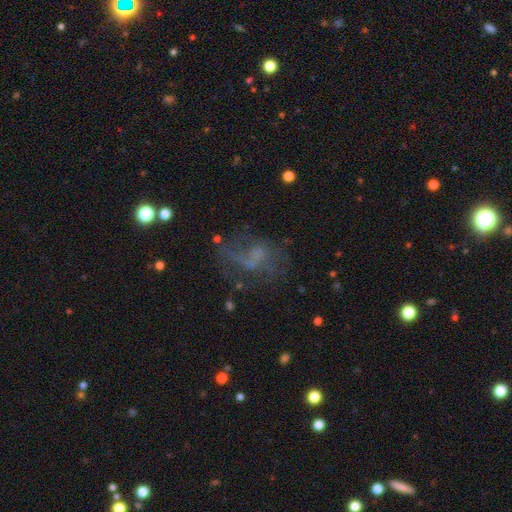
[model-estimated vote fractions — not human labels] Morphology: type=featured or disk (49%); merging=none (42%).